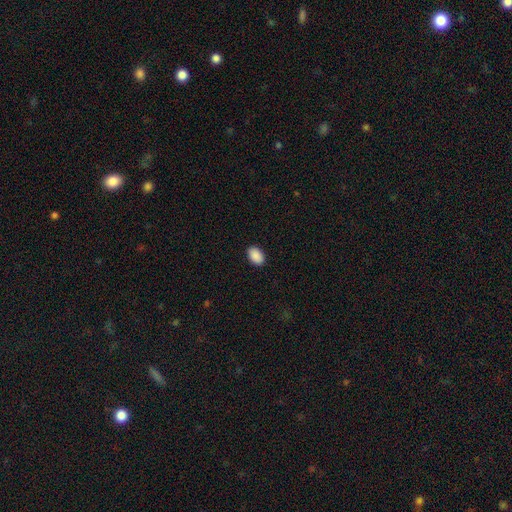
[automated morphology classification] smooth 90%, star or artifact 7%, featured or disk 3%. Down the decision tree: how rounded — in between (87%); merging — none (90%).